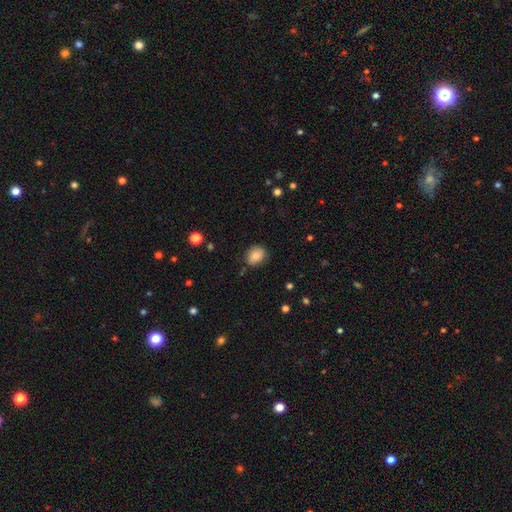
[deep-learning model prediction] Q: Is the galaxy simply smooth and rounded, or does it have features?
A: smooth — 83%.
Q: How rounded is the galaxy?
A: round — 60%.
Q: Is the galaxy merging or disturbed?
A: none — 77%.